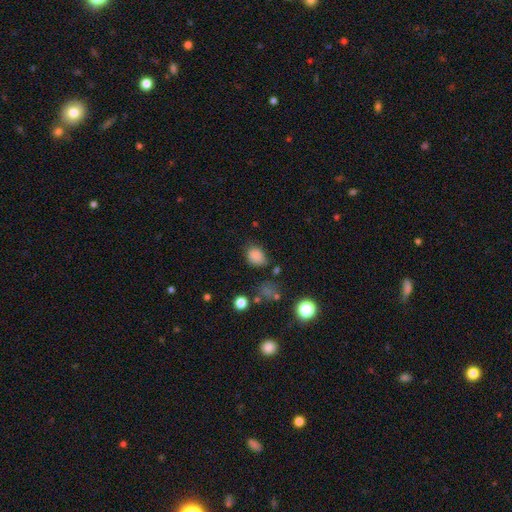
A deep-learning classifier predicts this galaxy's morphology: smooth_or_featured: smooth (p=0.83) [alt: star or artifact p=0.13]
how_rounded: in between (p=0.65) [alt: round p=0.33]
merging: none (p=0.67) [alt: minor disturbance p=0.23]